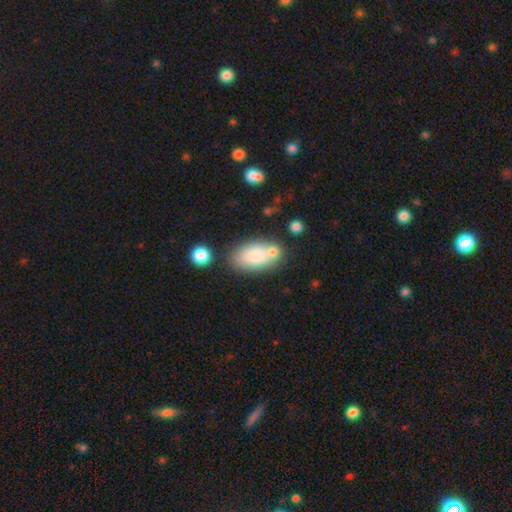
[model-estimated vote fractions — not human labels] Smooth or featured: smooth — 81% (featured or disk — 12%)
How rounded: in between — 91% (round — 5%)
Merging: none — 58% (merger — 22%)